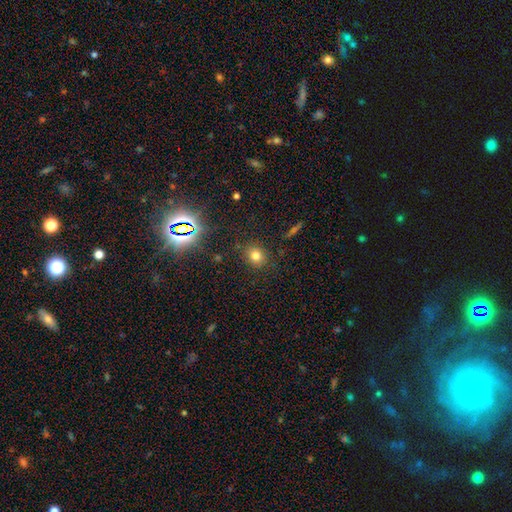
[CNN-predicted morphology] Smooth or featured?
  - smooth: 74% *
  - star or artifact: 18%
  - featured or disk: 8%
How rounded?
  - round: 77% *
  - in between: 22%
  - cigar-shaped: 1%
Merging?
  - none: 86% *
  - minor disturbance: 9%
  - major disturbance: 3%
  - merger: 2%